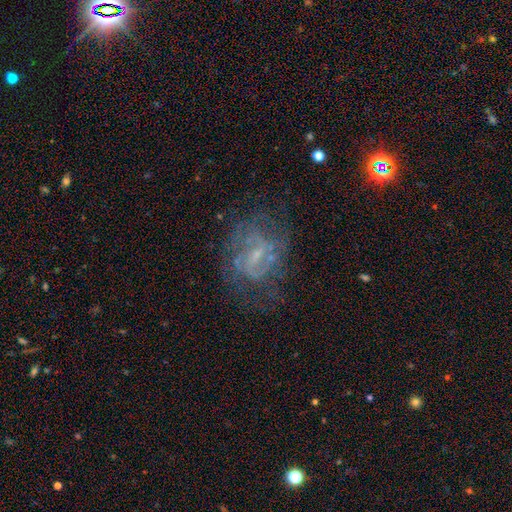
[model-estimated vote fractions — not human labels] Morphology: type=featured or disk (73%); edge-on=no (97%); bar=weak (51%); spiral arms=yes (73%); winding=medium (41%); arm count=can't tell (46%); bulge=small (61%); merging=none (60%).